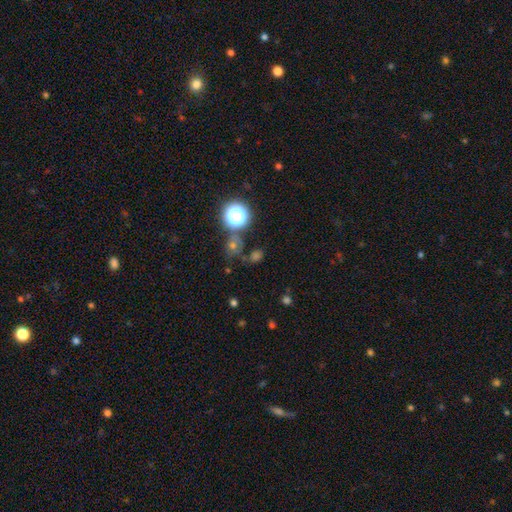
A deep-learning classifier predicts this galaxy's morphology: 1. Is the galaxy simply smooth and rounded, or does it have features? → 46% star or artifact, 45% smooth, 9% featured or disk.